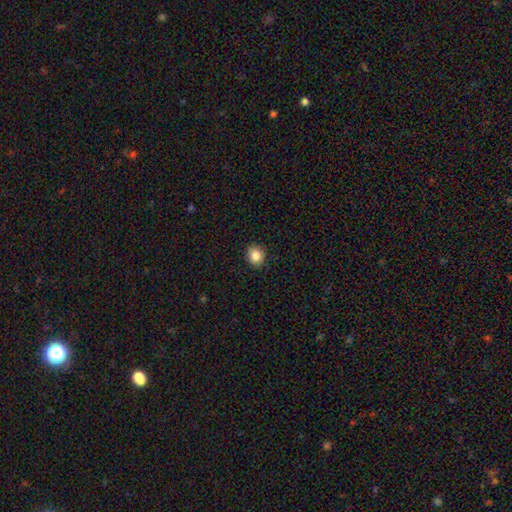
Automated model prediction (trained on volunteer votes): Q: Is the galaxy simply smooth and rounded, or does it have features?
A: smooth — 86%.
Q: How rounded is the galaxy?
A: round — 83%.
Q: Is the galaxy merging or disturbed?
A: none — 89%.